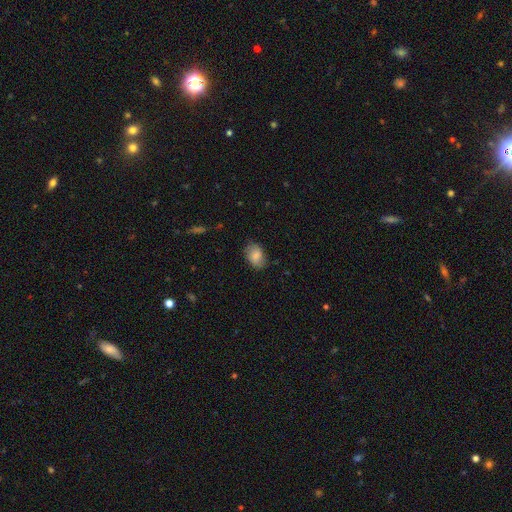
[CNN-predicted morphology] A smooth galaxy with no disk features (83%) that is in between round and cigar-shaped (82%). Merging: none (76%).